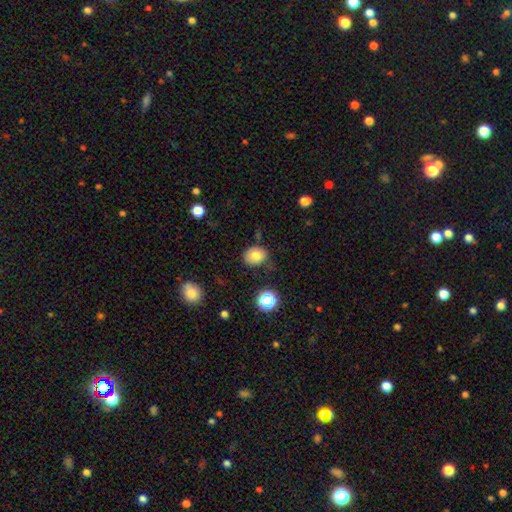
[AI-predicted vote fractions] Smooth or featured?
  - smooth: 77% *
  - featured or disk: 12%
  - star or artifact: 12%
How rounded?
  - round: 53% *
  - in between: 46%
  - cigar-shaped: 1%
Merging?
  - none: 74% *
  - minor disturbance: 18%
  - major disturbance: 4%
  - merger: 4%